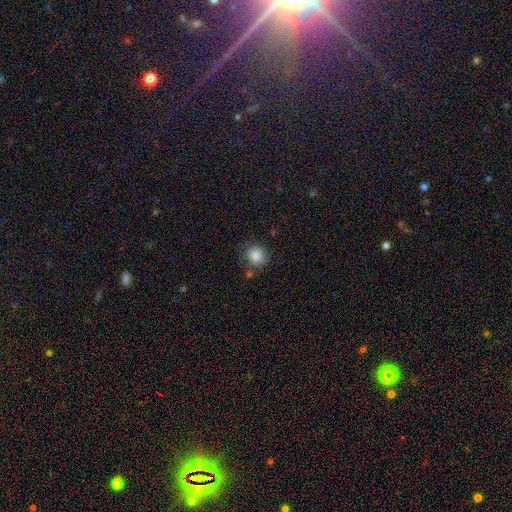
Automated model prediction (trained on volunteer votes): smooth_or_featured: smooth (p=0.84) [alt: star or artifact p=0.09]
how_rounded: round (p=0.85) [alt: in between p=0.14]
merging: none (p=0.71) [alt: minor disturbance p=0.19]